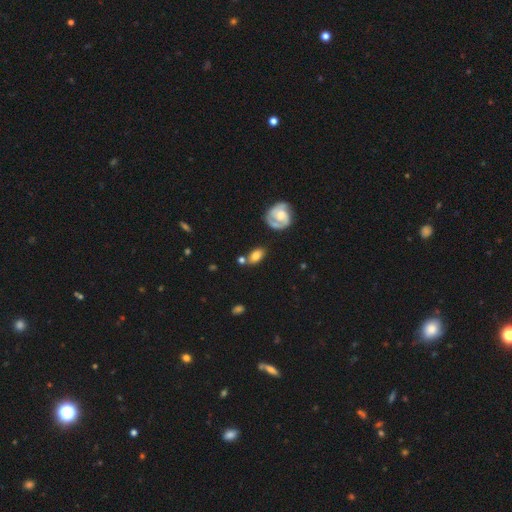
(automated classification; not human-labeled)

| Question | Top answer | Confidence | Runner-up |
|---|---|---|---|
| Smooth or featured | smooth | 72% | featured or disk (20%) |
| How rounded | in between | 84% | round (12%) |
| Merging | none | 66% | minor disturbance (17%) |